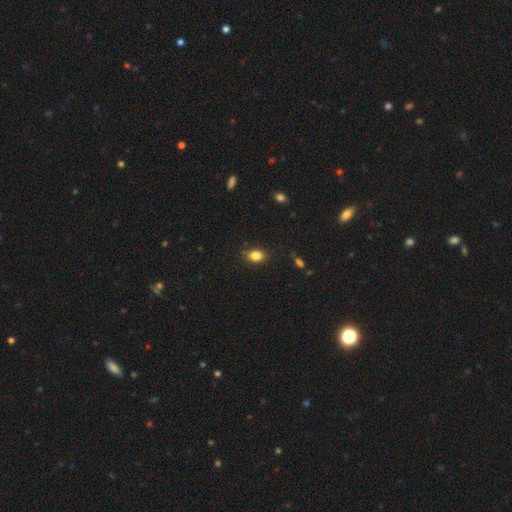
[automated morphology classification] Smooth or featured? smooth (84%)
How rounded? in between (70%)
Merging? none (83%)